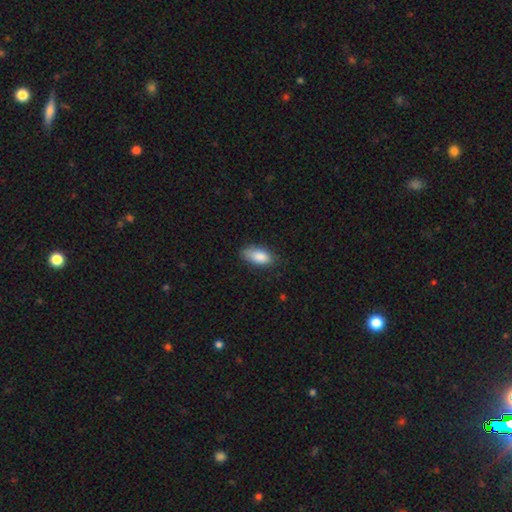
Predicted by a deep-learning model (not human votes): This appears to be a smooth galaxy with no disk features (86%) that is in between round and cigar-shaped (88%). Merging: none (75%).